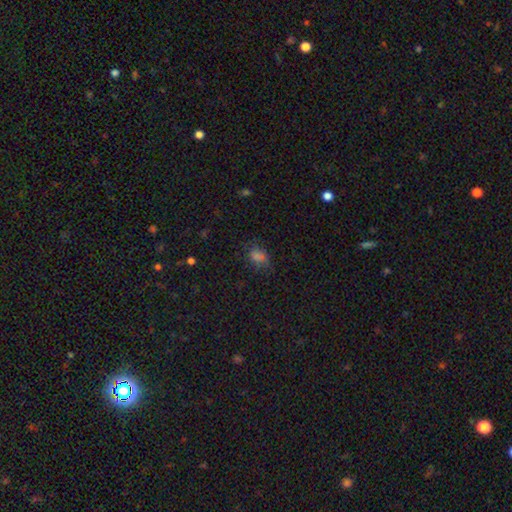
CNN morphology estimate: type=smooth (64%); roundness=in between (73%); merging=none (65%).